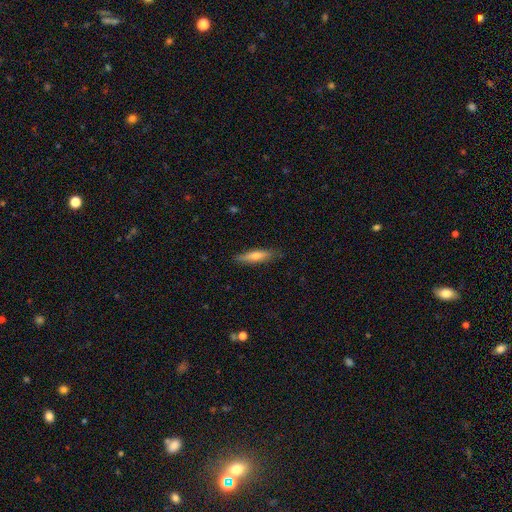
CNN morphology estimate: Smooth or featured? smooth (55%)
How rounded? cigar-shaped (84%)
Merging? none (86%)